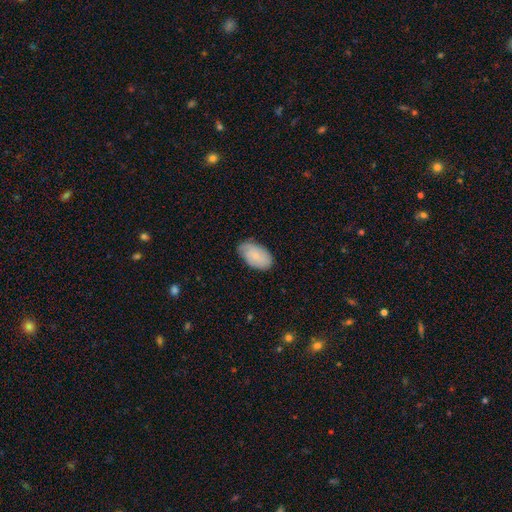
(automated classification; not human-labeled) A smooth galaxy with no disk features (67%) that is in between round and cigar-shaped (94%).

Vote fractions:
- Smooth or featured? smooth: 67% / featured or disk: 26% / star or artifact: 6%
- How rounded? in between: 94% / round: 4% / cigar-shaped: 2%
- Merging? none: 71% / minor disturbance: 24% / major disturbance: 4% / merger: 1%